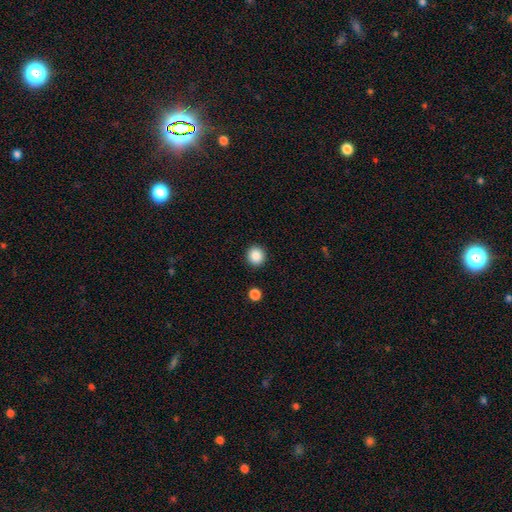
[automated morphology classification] Overall: smooth (88%). How rounded: round (92%). Merging: none (92%).